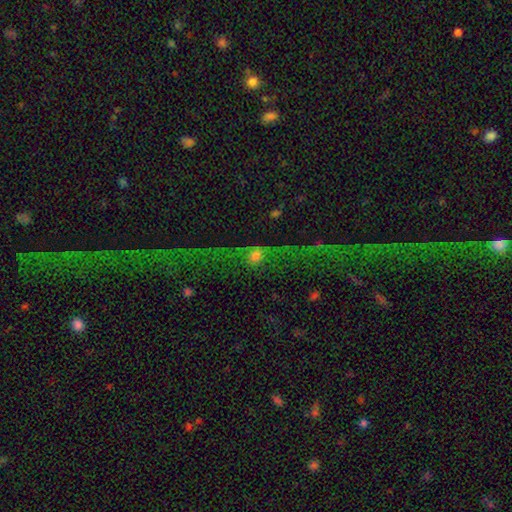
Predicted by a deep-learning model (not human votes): Smooth or featured: featured or disk — 41% (smooth — 34%)
Merging: none — 50% (major disturbance — 27%)